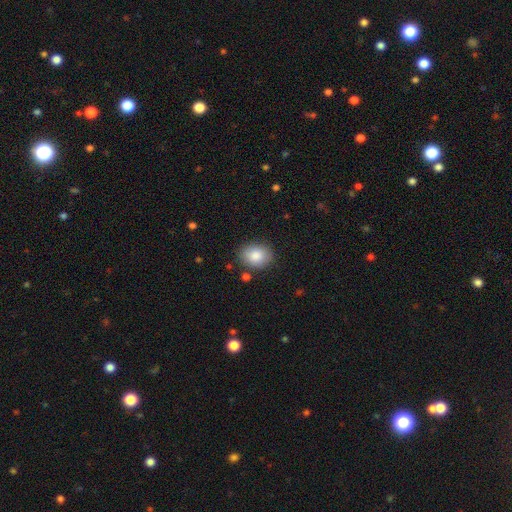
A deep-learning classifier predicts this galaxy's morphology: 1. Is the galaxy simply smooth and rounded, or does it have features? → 86% smooth, 8% star or artifact, 7% featured or disk.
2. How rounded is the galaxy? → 52% round, 47% in between, 1% cigar-shaped.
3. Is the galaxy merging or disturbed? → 83% none, 11% minor disturbance, 3% major disturbance, 3% merger.